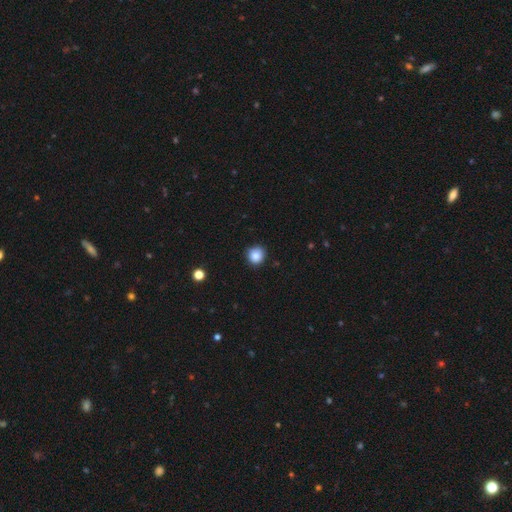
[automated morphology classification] type=smooth (85%); roundness=round (91%); merging=none (86%).